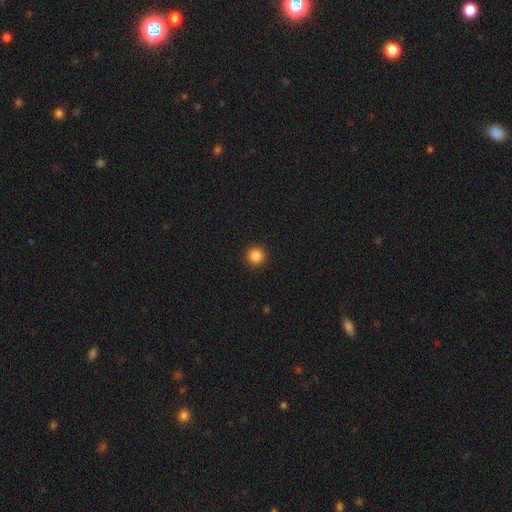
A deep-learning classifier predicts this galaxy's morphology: Smooth or featured? smooth (85%)
How rounded? round (96%)
Merging? none (93%)